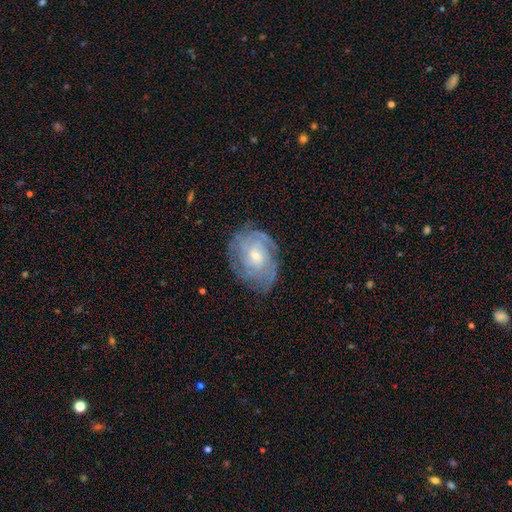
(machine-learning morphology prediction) Smooth or featured: featured or disk — 78% (smooth — 16%)
Edge-on disk: no — 97% (yes — 3%)
Bar: no — 66% (weak — 29%)
Spiral arms: yes — 90% (no — 10%)
Spiral winding: tight — 66% (medium — 26%)
Spiral arm count: can't tell — 46% (2 — 16%)
Bulge size: small — 62% (moderate — 34%)
Merging: none — 71% (minor disturbance — 19%)